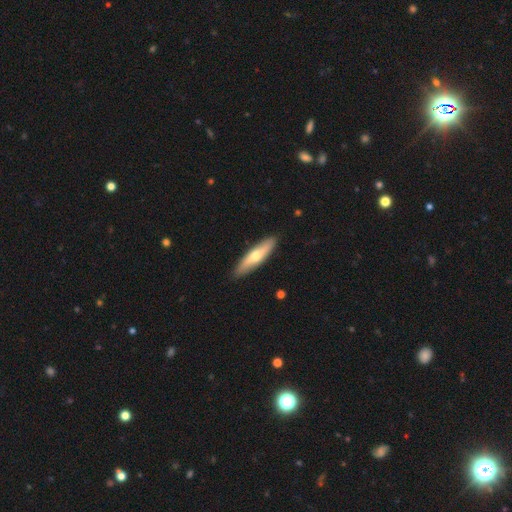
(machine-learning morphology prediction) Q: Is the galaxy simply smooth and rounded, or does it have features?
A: smooth — 54%.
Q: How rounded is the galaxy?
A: cigar-shaped — 72%.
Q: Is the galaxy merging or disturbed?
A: none — 89%.